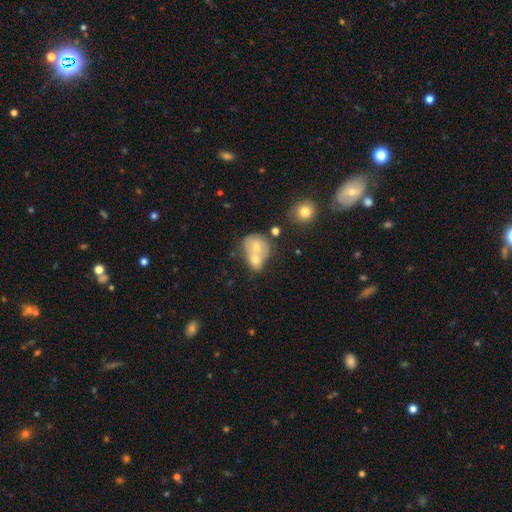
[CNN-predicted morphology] Overall: smooth (60%; featured or disk 29%). How rounded: round (64%; in between 34%). Merging: merger (66%).